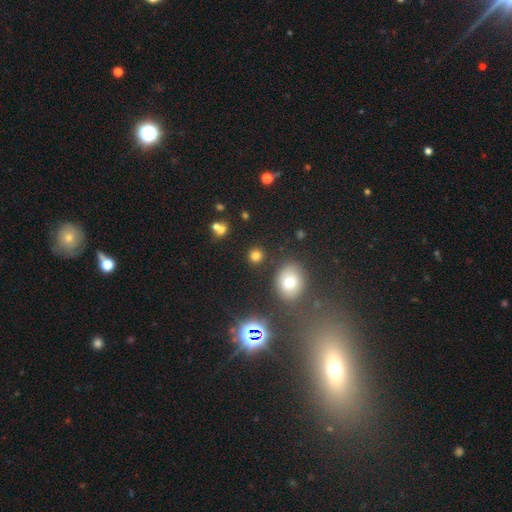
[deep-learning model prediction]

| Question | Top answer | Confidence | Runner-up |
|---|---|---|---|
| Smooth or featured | smooth | 76% | star or artifact (17%) |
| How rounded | round | 87% | in between (12%) |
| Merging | none | 84% | minor disturbance (8%) |